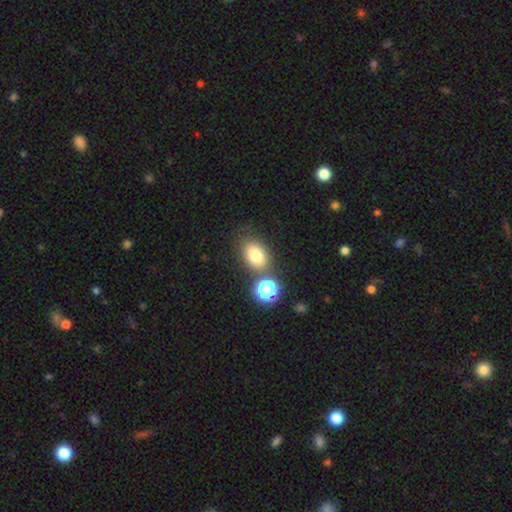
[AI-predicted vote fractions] The model was most divided on "how rounded": in between: 73%, round: 25%, cigar-shaped: 1%. More confident: smooth or featured — smooth (77%); merging — none (68%).